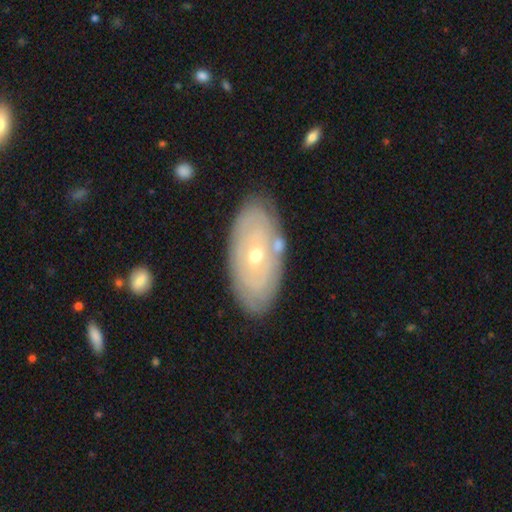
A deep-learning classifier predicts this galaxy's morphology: type=featured or disk (65%); edge-on=no (91%); bar=no (81%); spiral arms=yes (58%); bulge=small (52%); merging=none (78%).